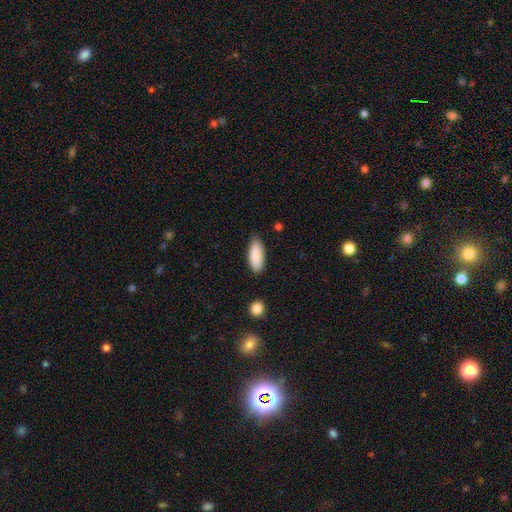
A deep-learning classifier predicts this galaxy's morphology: type=smooth (89%); roundness=in between (74%); merging=none (83%).